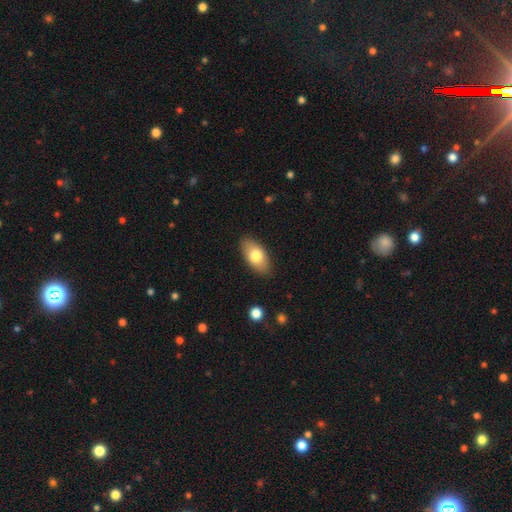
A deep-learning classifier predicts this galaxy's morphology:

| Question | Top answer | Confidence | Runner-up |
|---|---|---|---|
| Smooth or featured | smooth | 75% | featured or disk (18%) |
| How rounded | in between | 92% | cigar-shaped (4%) |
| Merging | none | 87% | minor disturbance (10%) |